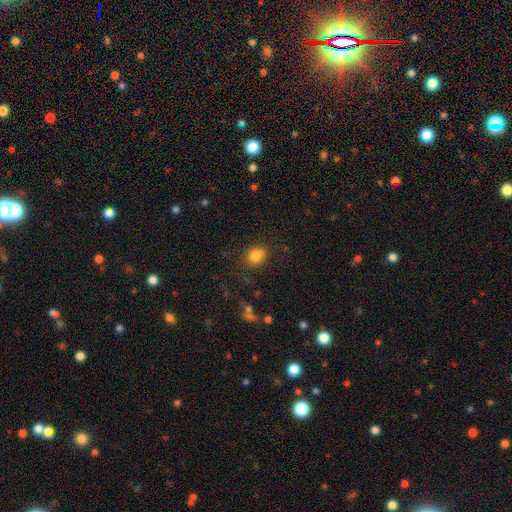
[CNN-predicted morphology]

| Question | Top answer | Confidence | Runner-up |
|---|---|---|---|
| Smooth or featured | smooth | 82% | star or artifact (11%) |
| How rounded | round | 53% | in between (46%) |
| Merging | none | 76% | minor disturbance (16%) |